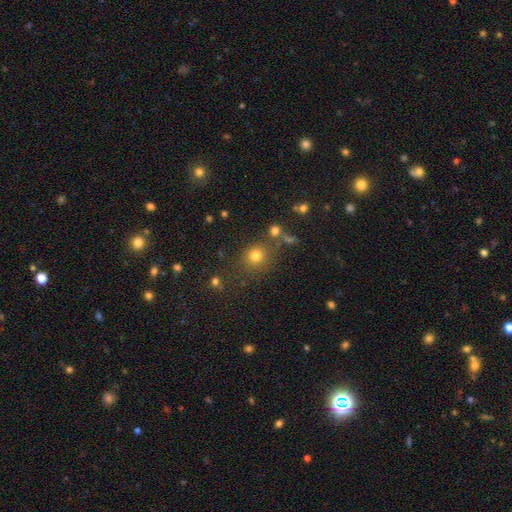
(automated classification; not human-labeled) smooth-or-featured: smooth: 76% | star or artifact: 17% | featured or disk: 7%
  how-rounded: round: 85% | in between: 14% | cigar-shaped: 1%
  merging: none: 75% | minor disturbance: 11% | merger: 9% | major disturbance: 6%